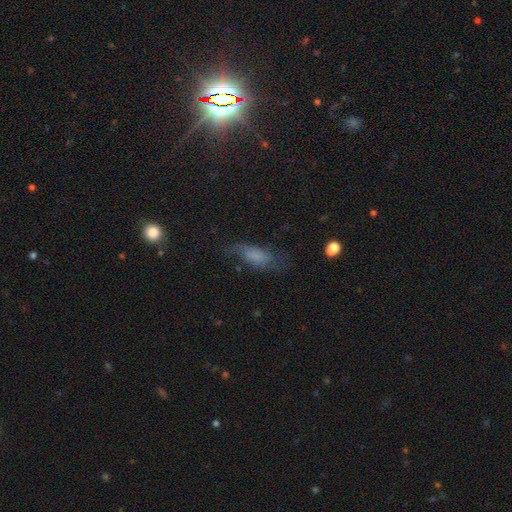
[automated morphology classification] A smooth galaxy with no disk features (55%) that is in between round and cigar-shaped (73%).

Vote fractions:
- Smooth or featured? smooth: 55% / featured or disk: 31% / star or artifact: 14%
- How rounded? in between: 73% / cigar-shaped: 23% / round: 4%
- Merging? none: 50% / minor disturbance: 27% / major disturbance: 20% / merger: 3%